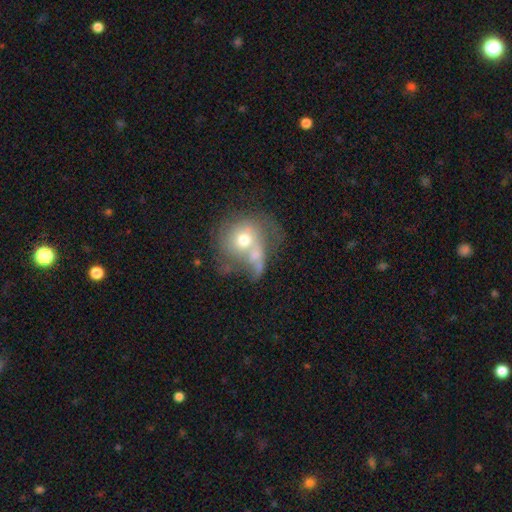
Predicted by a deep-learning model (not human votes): smooth 46%, featured or disk 44%, star or artifact 10%. Down the decision tree: merging — merger (49%).